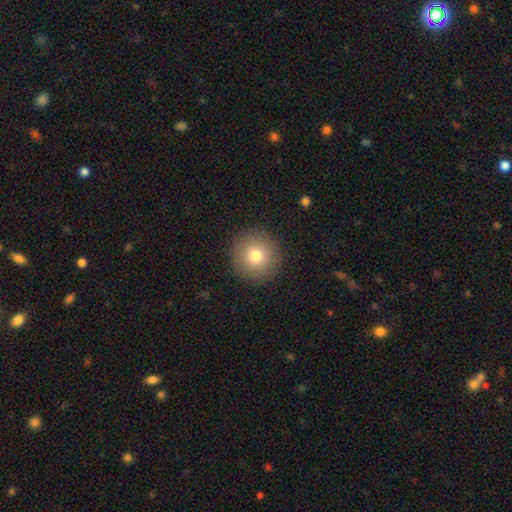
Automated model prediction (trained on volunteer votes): The model was most divided on "smooth or featured": smooth: 79%, star or artifact: 11%, featured or disk: 10%. More confident: how rounded — round (96%); merging — none (92%).